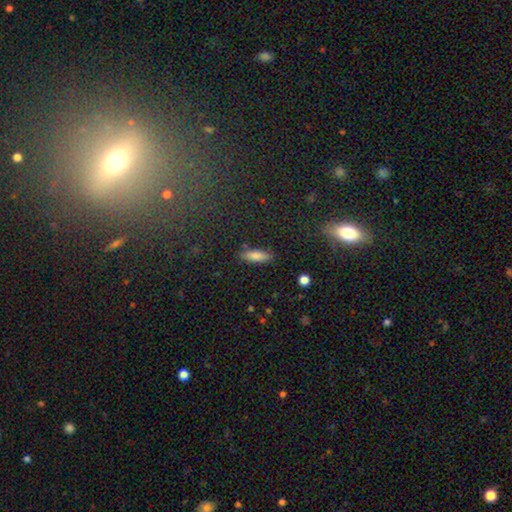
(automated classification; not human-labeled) Q: Smooth or featured?
A: smooth (81%); runner-up: featured or disk (11%)
Q: How rounded?
A: in between (51%); runner-up: cigar-shaped (47%)
Q: Merging?
A: none (86%); runner-up: minor disturbance (10%)